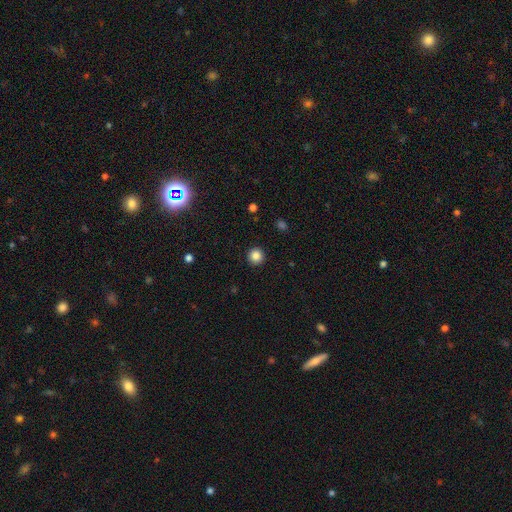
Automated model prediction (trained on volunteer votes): Smooth or featured? smooth (85%)
How rounded? round (95%)
Merging? none (93%)